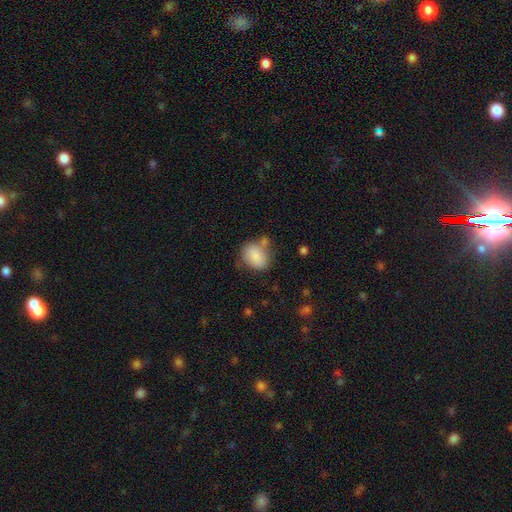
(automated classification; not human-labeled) The model was most divided on "merging": none: 56%, minor disturbance: 22%, merger: 15%, major disturbance: 7%. More confident: smooth or featured — smooth (84%); how rounded — in between (70%).